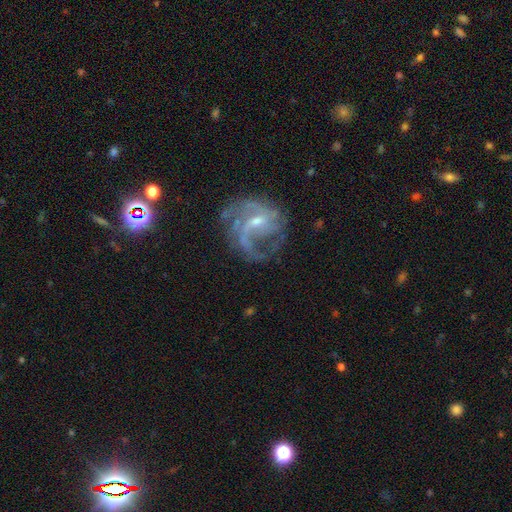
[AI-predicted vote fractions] Smooth or featured: featured or disk — 81% (star or artifact — 11%)
Edge-on disk: no — 97% (yes — 3%)
Bar: weak — 51% (no — 30%)
Spiral arms: yes — 92% (no — 8%)
Spiral winding: medium — 47% (loose — 28%)
Spiral arm count: 2 — 42% (can't tell — 22%)
Bulge size: small — 63% (moderate — 30%)
Merging: none — 59% (major disturbance — 20%)